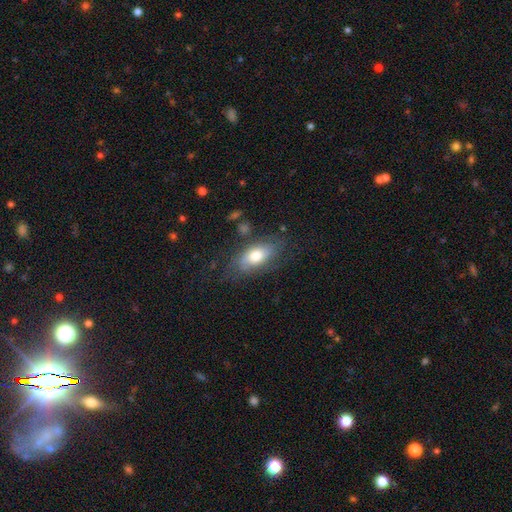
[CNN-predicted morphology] Q: Smooth or featured?
A: smooth (66%); runner-up: featured or disk (27%)
Q: How rounded?
A: in between (86%); runner-up: cigar-shaped (9%)
Q: Merging?
A: none (69%); runner-up: minor disturbance (20%)